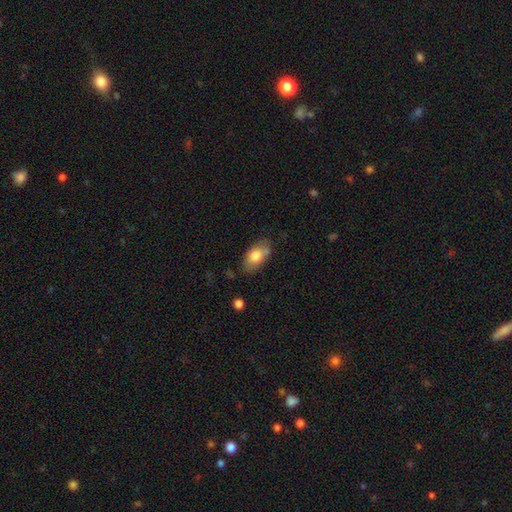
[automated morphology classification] type=smooth (78%); roundness=in between (90%); merging=none (69%).